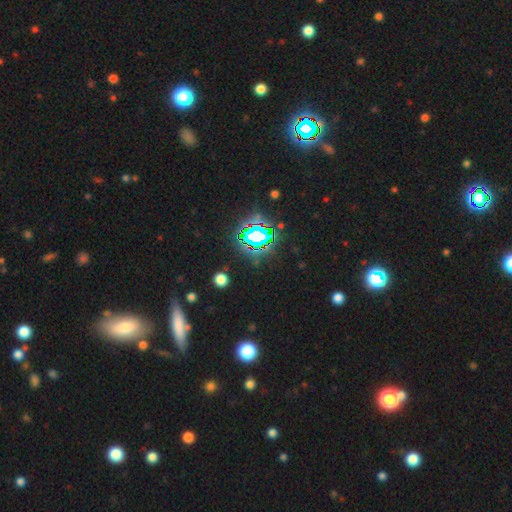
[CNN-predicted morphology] type=star or artifact (70%).